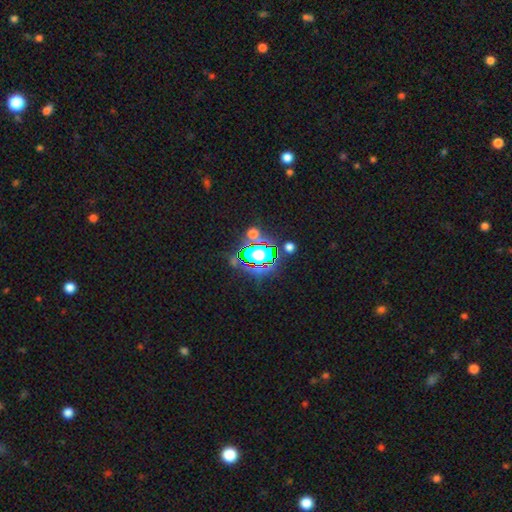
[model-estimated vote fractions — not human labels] This appears to be a star or artifact, not a galaxy (77%).